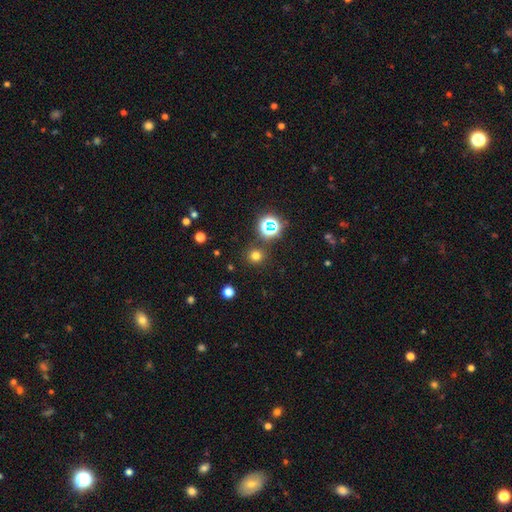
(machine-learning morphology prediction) A smooth galaxy with no disk features (69%) that is round (93%).

Vote fractions:
- Smooth or featured? smooth: 69% / star or artifact: 25% / featured or disk: 6%
- How rounded? round: 93% / in between: 6% / cigar-shaped: 1%
- Merging? none: 87% / minor disturbance: 6% / merger: 4% / major disturbance: 3%